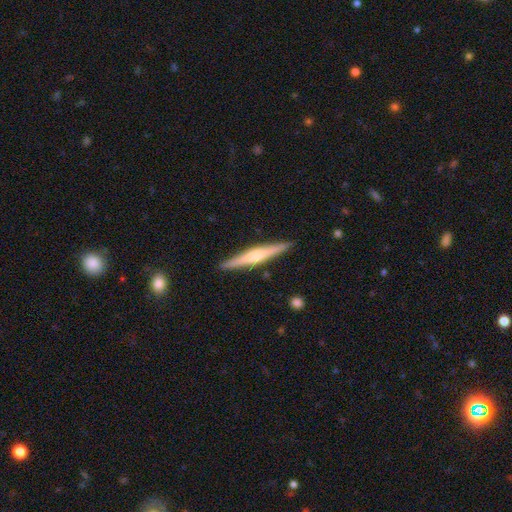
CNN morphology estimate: A featured or disk galaxy (64%) viewed edge-on (98%) with a rounded central bulge (64%).

Vote fractions:
- Smooth or featured? featured or disk: 64% / smooth: 31% / star or artifact: 5%
- Edge-on disk? yes: 98% / no: 2%
- Edge-on bulge? rounded: 64% / boxy: 22% / none: 14%
- Merging? none: 91% / minor disturbance: 7% / major disturbance: 1% / merger: 1%